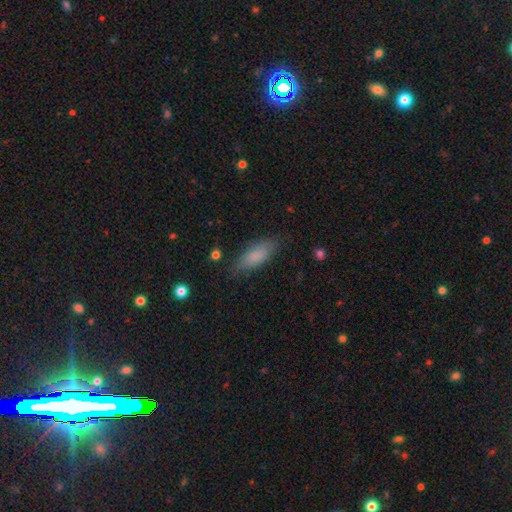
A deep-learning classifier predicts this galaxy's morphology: Q: Smooth or featured?
A: smooth (83%); runner-up: featured or disk (10%)
Q: How rounded?
A: in between (68%); runner-up: cigar-shaped (30%)
Q: Merging?
A: none (80%); runner-up: minor disturbance (15%)